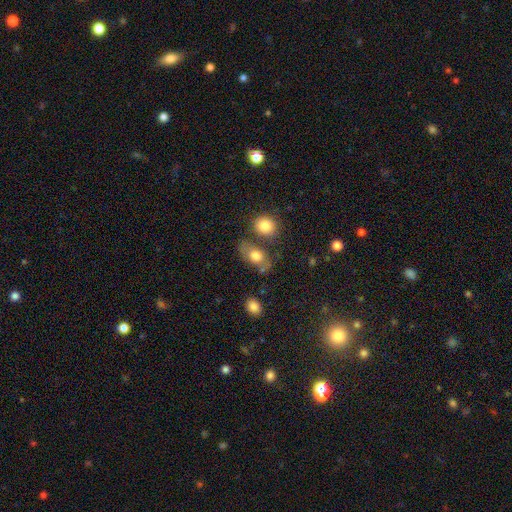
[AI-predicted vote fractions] This is likely a smooth galaxy (73%). How rounded: clearly in between (81%). Merging: possibly none (58%).